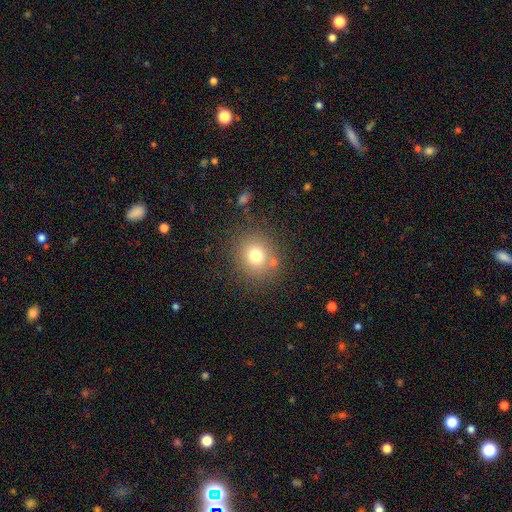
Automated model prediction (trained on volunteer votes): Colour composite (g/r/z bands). It shows a smooth galaxy with no disk features (74%) that is round (85%). Merging: none (78%).